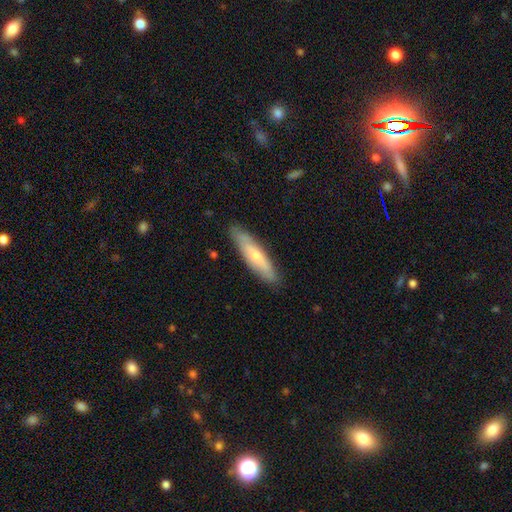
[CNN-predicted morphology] Smooth or featured?
  - smooth: 53% *
  - featured or disk: 41%
  - star or artifact: 6%
How rounded?
  - cigar-shaped: 77% *
  - in between: 21%
  - round: 2%
Merging?
  - none: 85% *
  - minor disturbance: 12%
  - major disturbance: 2%
  - merger: 1%